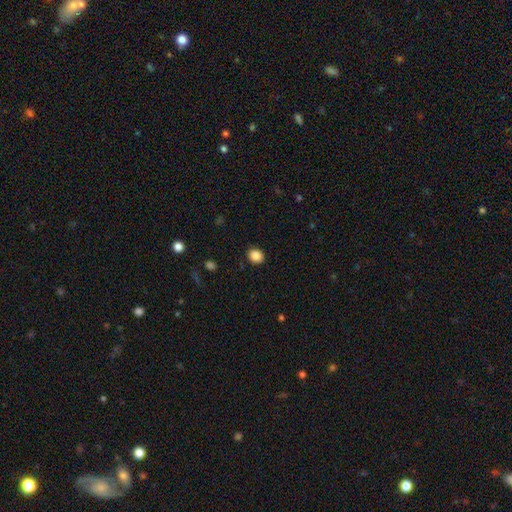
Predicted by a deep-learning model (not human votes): smooth-or-featured: smooth: 86% | star or artifact: 9% | featured or disk: 5%
  how-rounded: round: 62% | in between: 37% | cigar-shaped: 1%
  merging: none: 90% | minor disturbance: 7% | major disturbance: 2% | merger: 1%